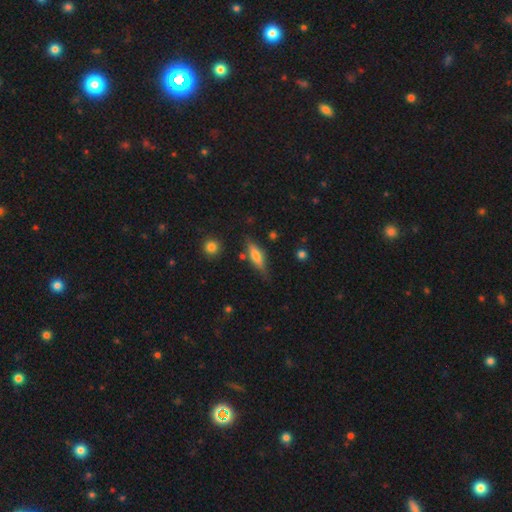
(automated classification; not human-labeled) This appears to be a smooth galaxy with no disk features (50%) that is cigar-shaped (56%). Merging: none (74%).